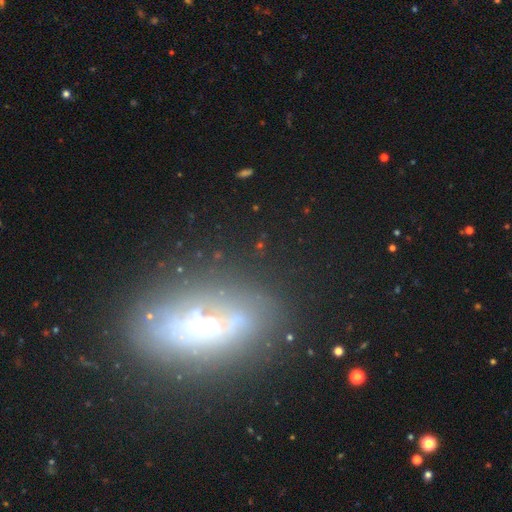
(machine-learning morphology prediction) A featured or disk galaxy (50%). Merging: none (71%).